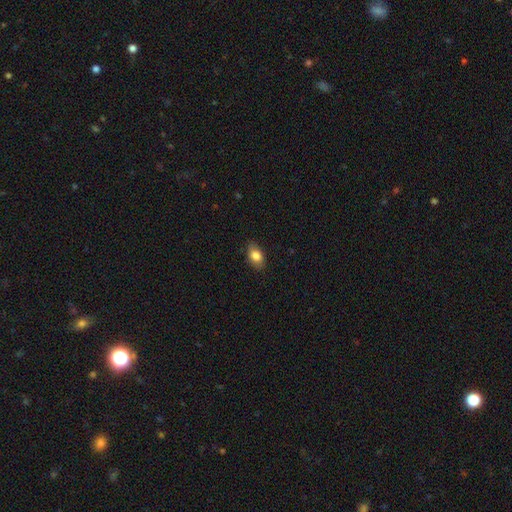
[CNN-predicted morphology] Smooth or featured? smooth (84%)
How rounded? in between (88%)
Merging? none (85%)